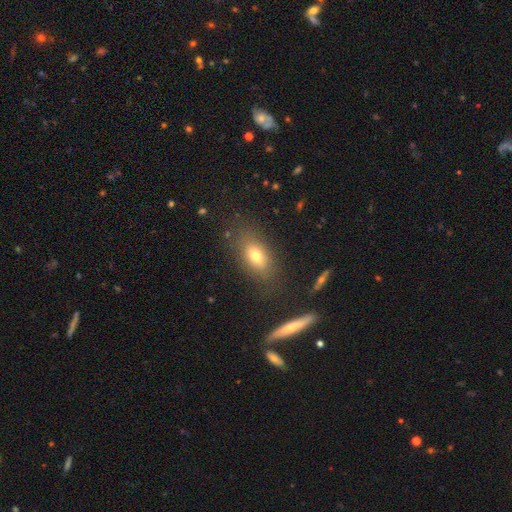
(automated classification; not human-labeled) Q: Smooth or featured?
A: smooth (70%); runner-up: featured or disk (17%)
Q: How rounded?
A: in between (78%); runner-up: round (12%)
Q: Merging?
A: none (77%); runner-up: minor disturbance (13%)